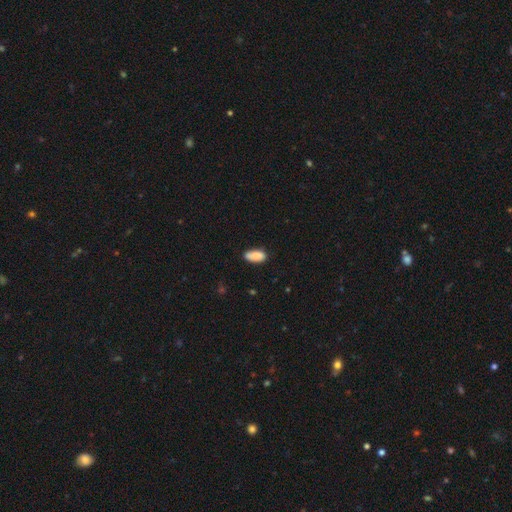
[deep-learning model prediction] This appears to be a smooth galaxy with no disk features (88%) that is in between round and cigar-shaped (89%). Merging: none (78%).